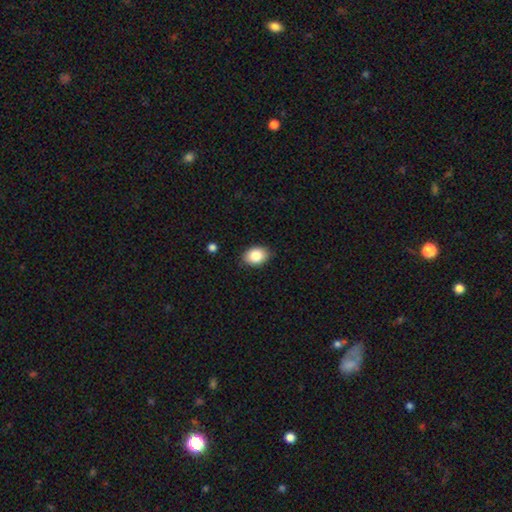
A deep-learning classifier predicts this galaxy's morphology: Smooth or featured: smooth — 85% (star or artifact — 8%)
How rounded: in between — 76% (round — 23%)
Merging: none — 85% (minor disturbance — 11%)